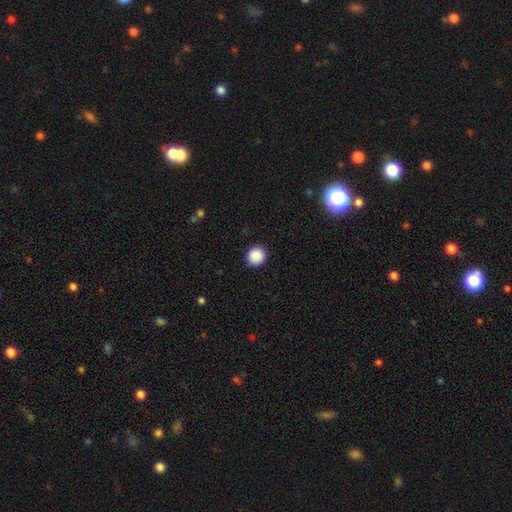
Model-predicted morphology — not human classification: smooth 89%, star or artifact 8%, featured or disk 2%. Down the decision tree: how rounded — round (93%); merging — none (91%).